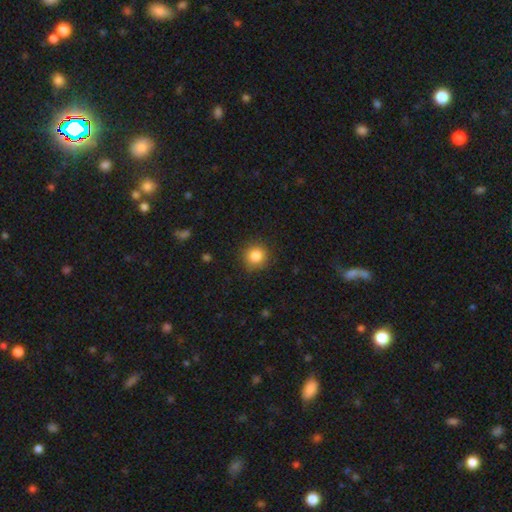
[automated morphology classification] This appears to be a smooth galaxy with no disk features (84%) that is round (93%). Merging: none (87%).